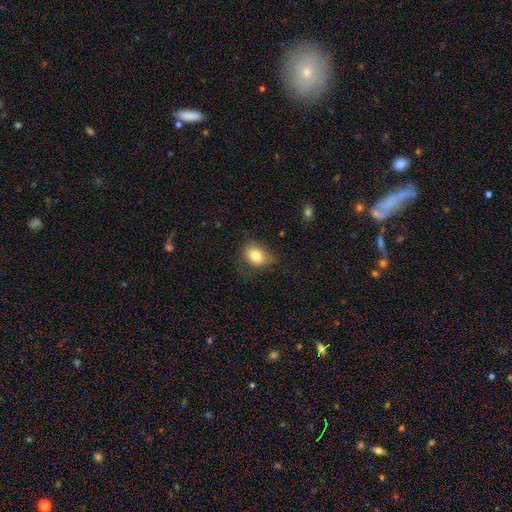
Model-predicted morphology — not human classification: Smooth or featured? Predicted: smooth (p=0.81). How rounded? Predicted: in between (p=0.63). Merging? Predicted: none (p=0.62).